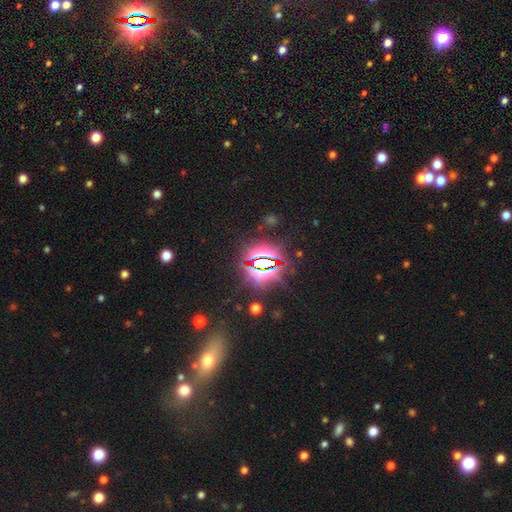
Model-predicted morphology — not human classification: Q: Smooth or featured?
A: star or artifact (82%); runner-up: smooth (10%)